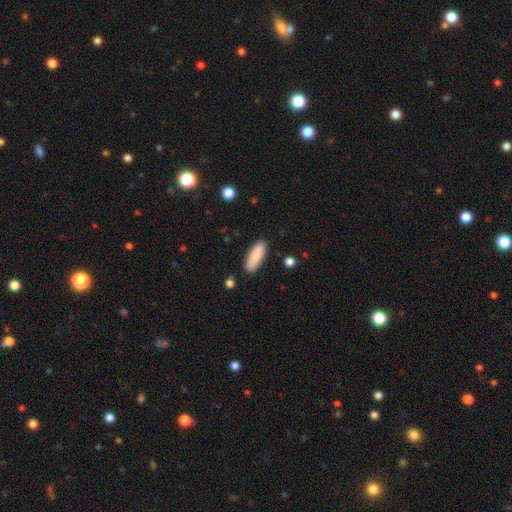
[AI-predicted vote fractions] Smooth or featured: smooth — 86% (featured or disk — 8%)
How rounded: in between — 71% (cigar-shaped — 27%)
Merging: none — 87% (minor disturbance — 9%)